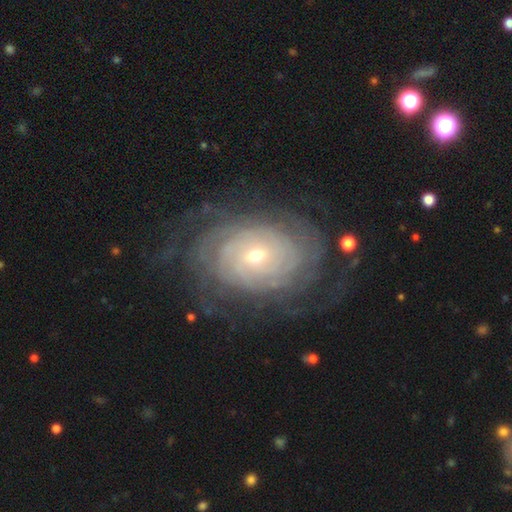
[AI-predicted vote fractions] Q: Smooth or featured?
A: featured or disk (87%); runner-up: smooth (7%)
Q: Edge-on disk?
A: no (97%); runner-up: yes (3%)
Q: Bar?
A: no (64%); runner-up: weak (27%)
Q: Spiral arms?
A: yes (96%); runner-up: no (4%)
Q: Spiral winding?
A: tight (83%); runner-up: medium (13%)
Q: Spiral arm count?
A: can't tell (40%); runner-up: more than 4 (18%)
Q: Bulge size?
A: small (58%); runner-up: moderate (38%)
Q: Merging?
A: none (76%); runner-up: minor disturbance (15%)